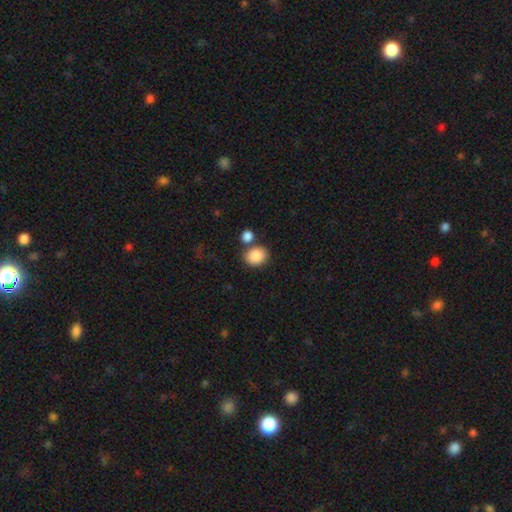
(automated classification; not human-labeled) Smooth or featured?
  - smooth: 87% *
  - star or artifact: 8%
  - featured or disk: 5%
How rounded?
  - round: 61% *
  - in between: 38%
  - cigar-shaped: 1%
Merging?
  - none: 66% *
  - merger: 20%
  - minor disturbance: 11%
  - major disturbance: 4%